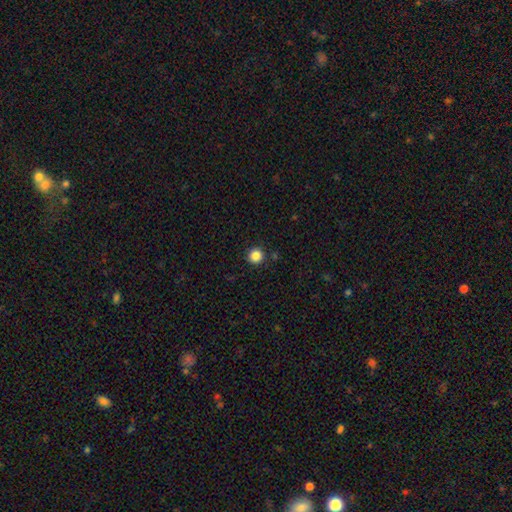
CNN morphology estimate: This appears to be a smooth galaxy with no disk features (85%) that is round (95%). Merging: none (91%).